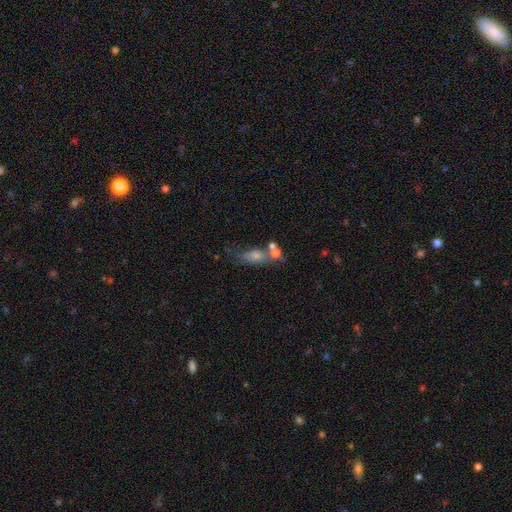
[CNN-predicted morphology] smooth 58%, featured or disk 30%, star or artifact 12%. Down the decision tree: how rounded — in between (66%); merging — merger (33%, tied with none).